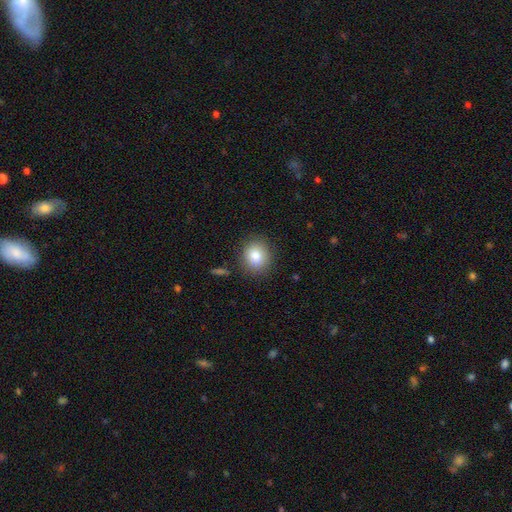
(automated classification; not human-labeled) Smooth or featured? Predicted: smooth (p=0.83). How rounded? Predicted: round (p=0.73). Merging? Predicted: none (p=0.84).